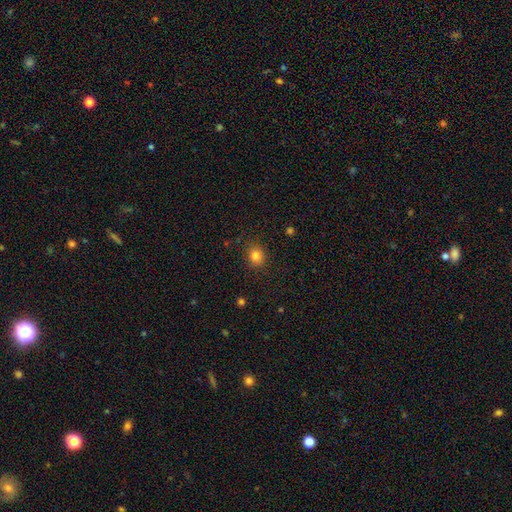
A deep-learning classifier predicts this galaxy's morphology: This is clearly a smooth galaxy (82%). How rounded: likely round (70%). Merging: clearly none (87%).